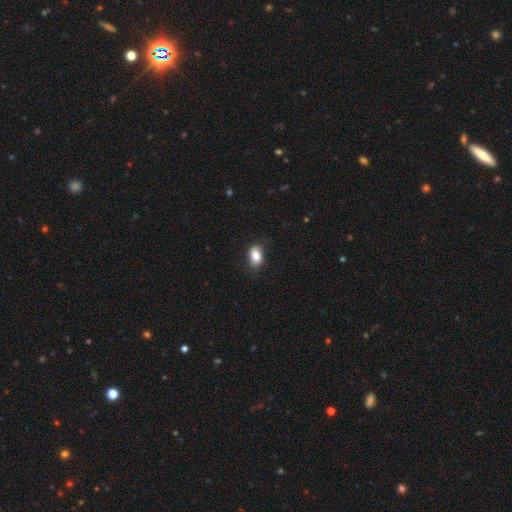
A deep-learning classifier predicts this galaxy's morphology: A smooth galaxy with no disk features (84%) that is in between round and cigar-shaped (84%).

Vote fractions:
- Smooth or featured? smooth: 84% / star or artifact: 8% / featured or disk: 8%
- How rounded? in between: 84% / round: 14% / cigar-shaped: 2%
- Merging? none: 77% / minor disturbance: 18% / major disturbance: 4% / merger: 1%